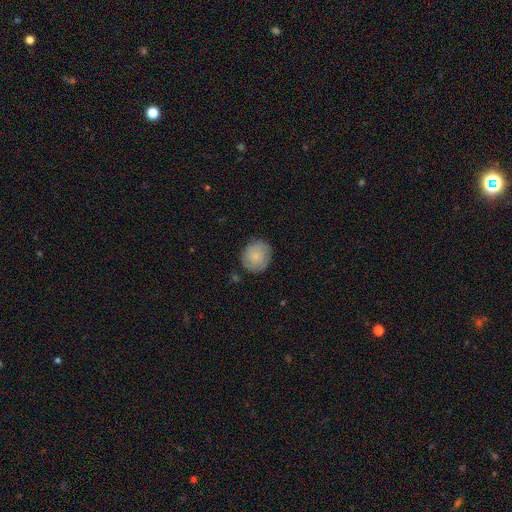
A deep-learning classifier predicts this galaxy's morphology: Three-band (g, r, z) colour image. It shows a smooth galaxy with no disk features (74%) that is round (82%). Merging: none (81%).